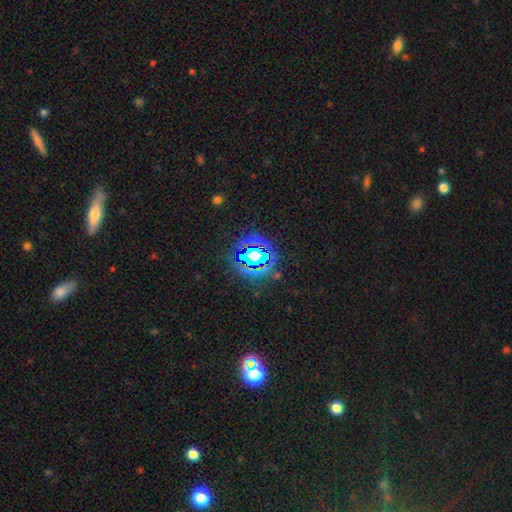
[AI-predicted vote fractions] smooth_or_featured: star or artifact (p=0.75) [alt: smooth p=0.15]